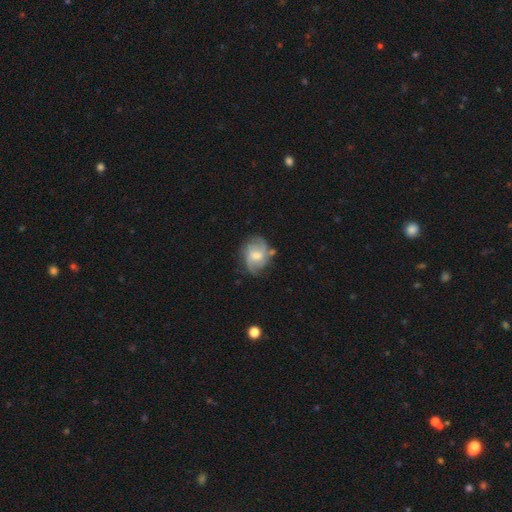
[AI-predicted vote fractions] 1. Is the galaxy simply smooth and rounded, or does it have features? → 72% featured or disk, 22% smooth, 7% star or artifact.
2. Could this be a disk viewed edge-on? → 97% no, 3% yes.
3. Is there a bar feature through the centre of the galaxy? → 48% no, 45% weak, 8% strong.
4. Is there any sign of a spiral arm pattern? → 91% yes, 9% no.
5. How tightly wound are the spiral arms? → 45% medium, 30% loose, 25% tight.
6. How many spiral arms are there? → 51% 2, 20% 3, 18% can't tell, 5% 1, 4% 4, 3% more than 4.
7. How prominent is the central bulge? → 56% moderate, 32% small, 6% large, 5% none, 1% dominant.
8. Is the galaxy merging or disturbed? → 63% none, 24% minor disturbance, 9% major disturbance, 5% merger.